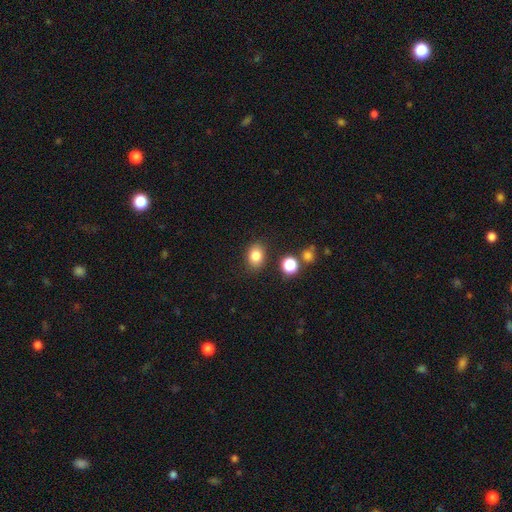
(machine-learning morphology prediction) smooth-or-featured: smooth: 83% | star or artifact: 11% | featured or disk: 6%
  how-rounded: in between: 57% | round: 42% | cigar-shaped: 1%
  merging: none: 84% | minor disturbance: 10% | merger: 3% | major disturbance: 3%